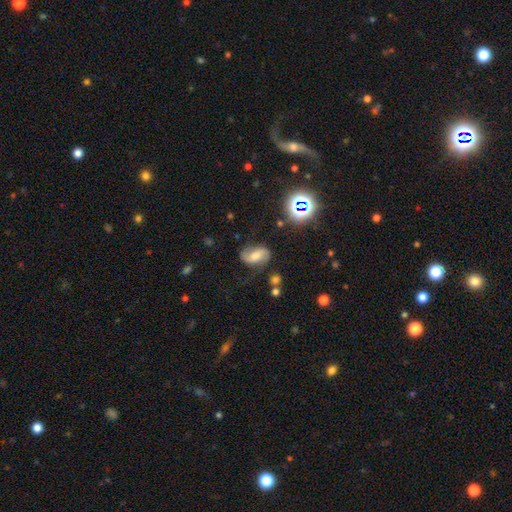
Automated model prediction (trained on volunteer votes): Morphology: type=featured or disk (57%); edge-on=no (96%); bar=no (41%); spiral arms=yes (90%); bulge=moderate (46%); merging=none (69%).